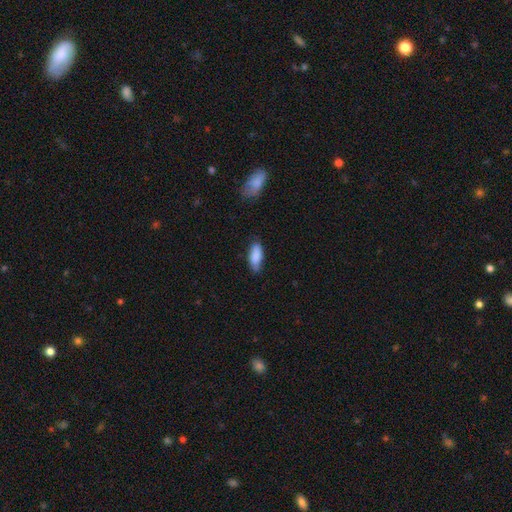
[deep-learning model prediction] Smooth or featured?
  - smooth: 86% *
  - featured or disk: 8%
  - star or artifact: 6%
How rounded?
  - in between: 74% *
  - cigar-shaped: 24%
  - round: 2%
Merging?
  - none: 72% *
  - minor disturbance: 22%
  - major disturbance: 4%
  - merger: 2%